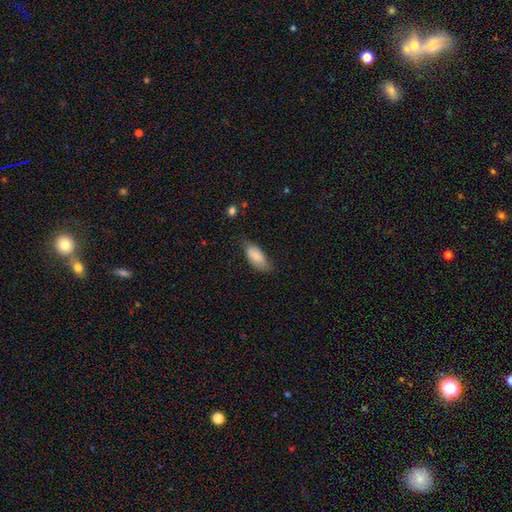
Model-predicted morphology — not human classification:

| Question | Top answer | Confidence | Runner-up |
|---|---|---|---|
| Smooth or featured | smooth | 84% | featured or disk (10%) |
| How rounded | in between | 87% | cigar-shaped (11%) |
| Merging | none | 69% | minor disturbance (25%) |